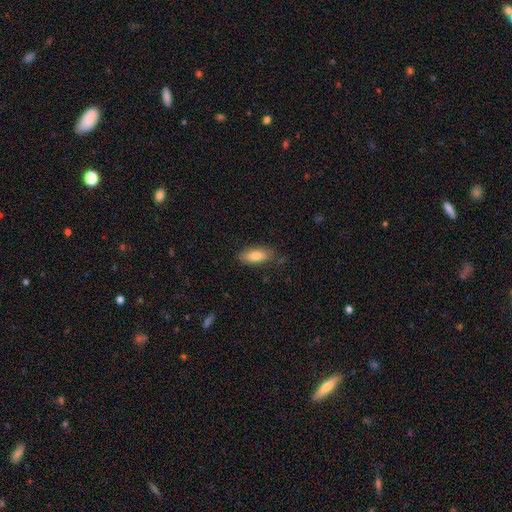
smooth-or-featured: smooth: 89% | featured or disk: 8% | star or artifact: 3%
  how-rounded: in between: 91% | cigar-shaped: 6% | round: 3%
  merging: none: 83% | minor disturbance: 14% | merger: 3% | major disturbance: 0%